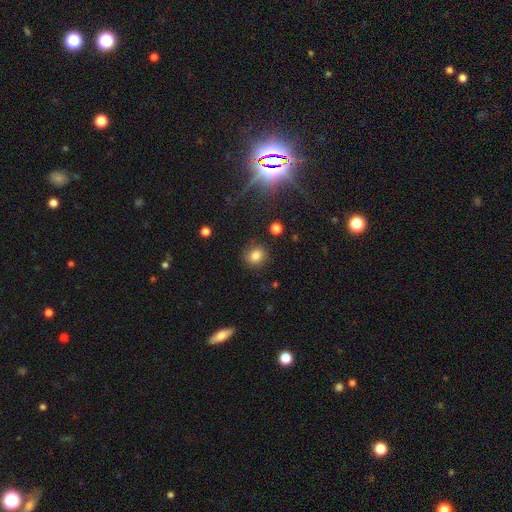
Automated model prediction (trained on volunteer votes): smooth_or_featured: smooth (p=0.81) [alt: star or artifact p=0.12]
how_rounded: round (p=0.77) [alt: in between p=0.22]
merging: none (p=0.86) [alt: minor disturbance p=0.09]